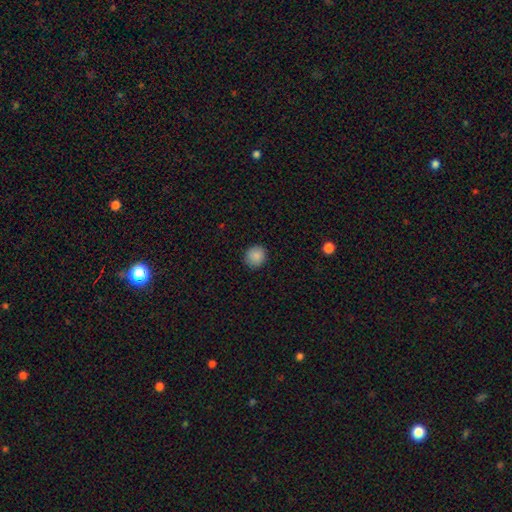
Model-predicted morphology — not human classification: type=smooth (88%); roundness=round (85%); merging=none (90%).